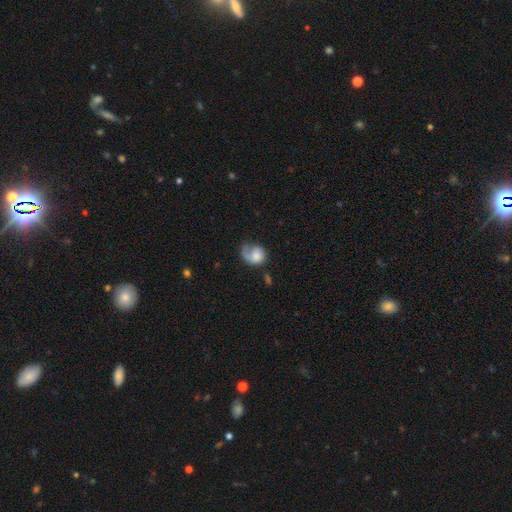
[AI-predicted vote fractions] This is possibly a featured or disk galaxy (50%). Merging: marginally major disturbance (39%).